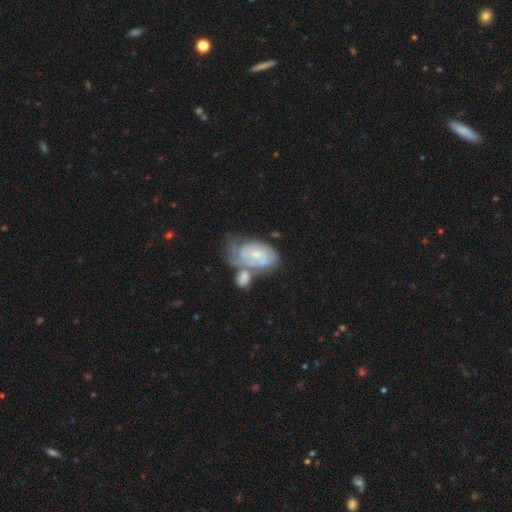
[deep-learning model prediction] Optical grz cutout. It shows a featured or disk galaxy (67%) with no bar (70%), spiral arms (76%) and a small central bulge (59%). Merging: merger (39%).